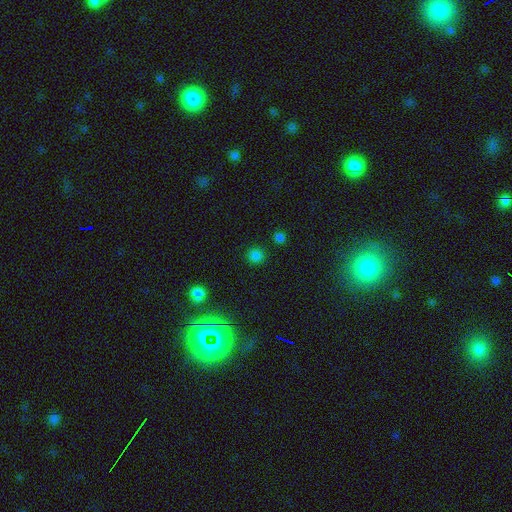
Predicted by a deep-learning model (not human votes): smooth-or-featured: smooth: 76% | star or artifact: 20% | featured or disk: 4%
  how-rounded: round: 93% | in between: 6% | cigar-shaped: 1%
  merging: none: 88% | minor disturbance: 6% | merger: 3% | major disturbance: 3%